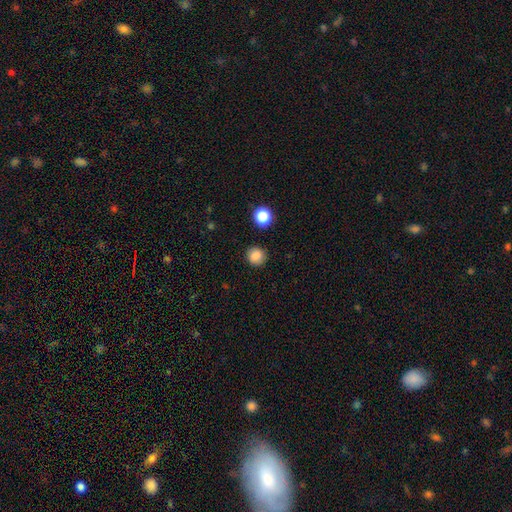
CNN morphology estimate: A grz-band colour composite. It shows a smooth galaxy with no disk features (85%) that is round (92%). Merging: none (90%).